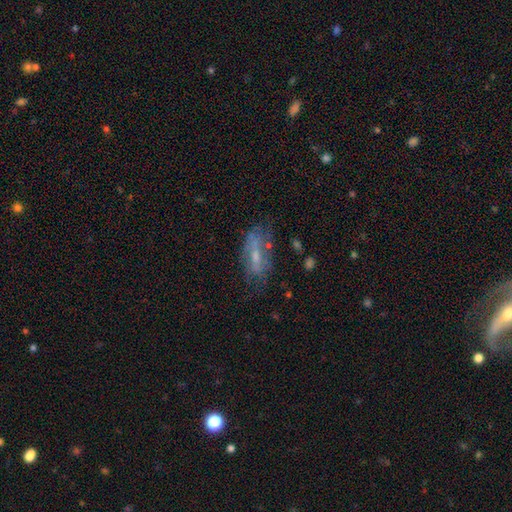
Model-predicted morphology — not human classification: smooth-or-featured: featured or disk: 51% | smooth: 39% | star or artifact: 10%
  disk-edge-on: no: 84% | yes: 16%
  merging: none: 52% | minor disturbance: 26% | major disturbance: 17% | merger: 5%